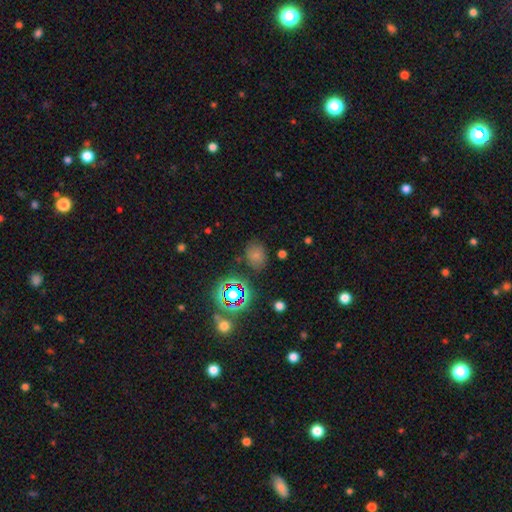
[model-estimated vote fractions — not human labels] smooth_or_featured: smooth (p=0.65) [alt: star or artifact p=0.25]
how_rounded: round (p=0.56) [alt: in between p=0.43]
merging: none (p=0.76) [alt: minor disturbance p=0.16]